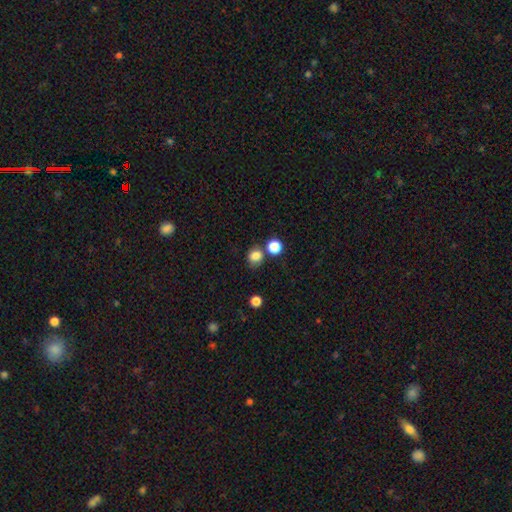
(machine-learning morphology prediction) Q: Smooth or featured?
A: smooth (82%); runner-up: star or artifact (12%)
Q: How rounded?
A: round (73%); runner-up: in between (26%)
Q: Merging?
A: none (65%); runner-up: merger (17%)